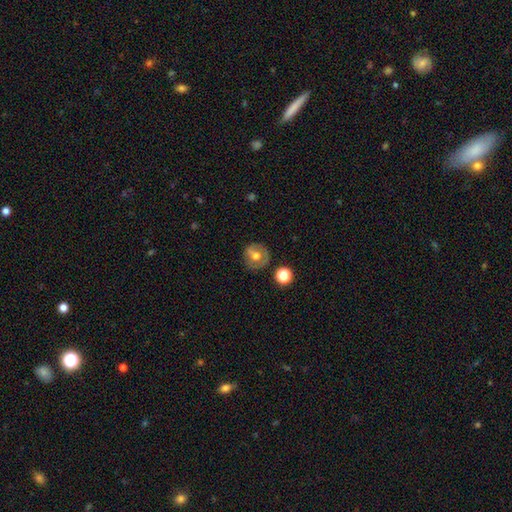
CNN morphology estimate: Smooth or featured? smooth (47%)
Merging? none (80%)